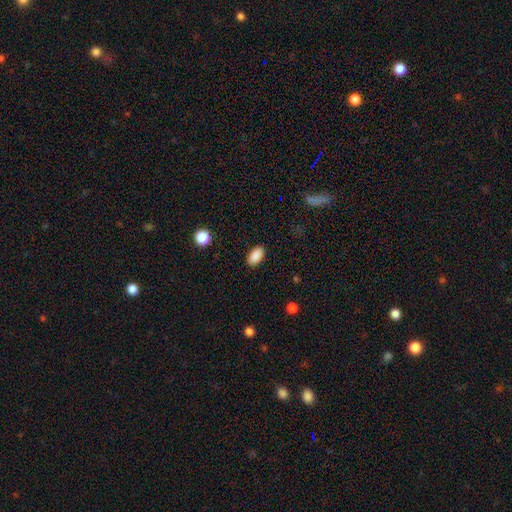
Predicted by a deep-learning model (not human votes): Overall: smooth (89%). How rounded: in between (93%). Merging: none (89%).